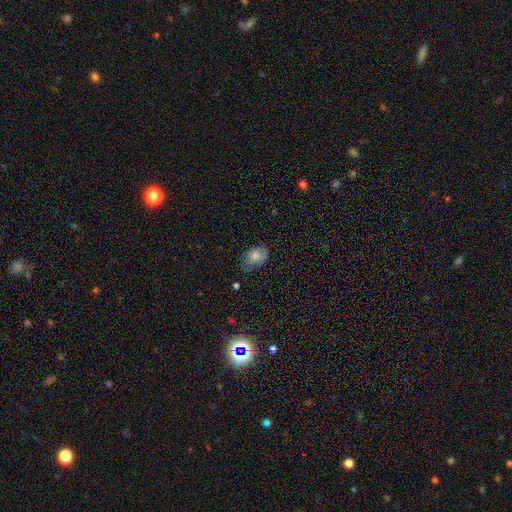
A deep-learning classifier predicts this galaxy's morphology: smooth-or-featured: smooth: 66% | featured or disk: 24% | star or artifact: 10%
  how-rounded: in between: 82% | round: 16% | cigar-shaped: 1%
  merging: none: 56% | minor disturbance: 31% | major disturbance: 11% | merger: 2%